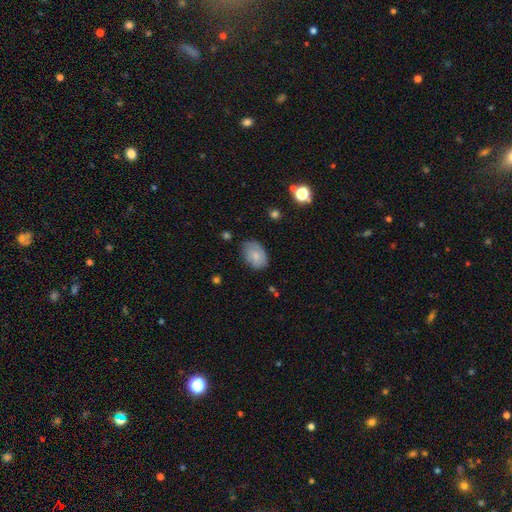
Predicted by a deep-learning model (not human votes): Q: Smooth or featured?
A: smooth (71%); runner-up: featured or disk (22%)
Q: How rounded?
A: in between (83%); runner-up: round (16%)
Q: Merging?
A: none (66%); runner-up: minor disturbance (27%)